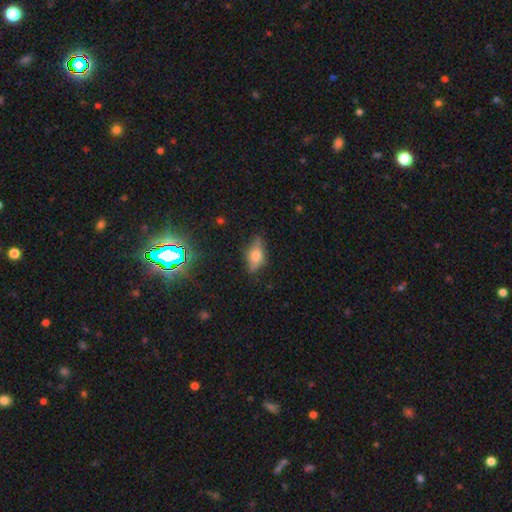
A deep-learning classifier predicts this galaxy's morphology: Smooth or featured? Predicted: smooth (p=0.52). How rounded? Predicted: in between (p=0.78). Merging? Predicted: none (p=0.77).